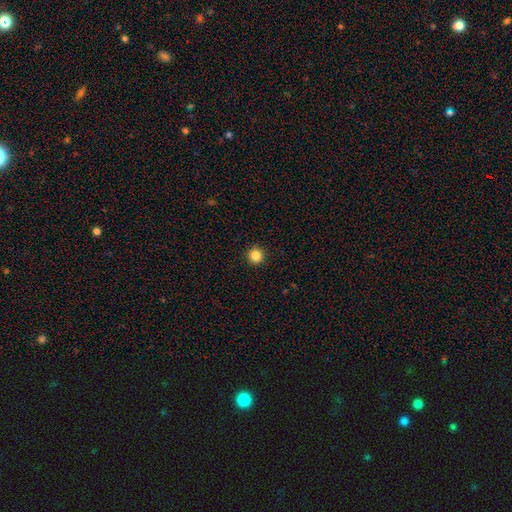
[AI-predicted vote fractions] A smooth galaxy with no disk features (85%) that is round (95%). Merging: none (93%).